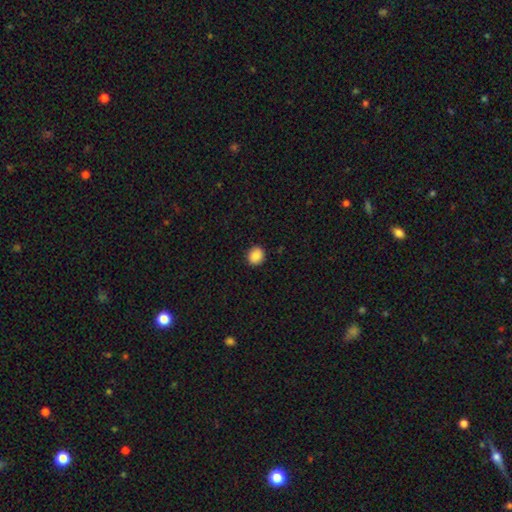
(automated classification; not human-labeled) Smooth or featured? smooth (89%)
How rounded? round (78%)
Merging? none (91%)